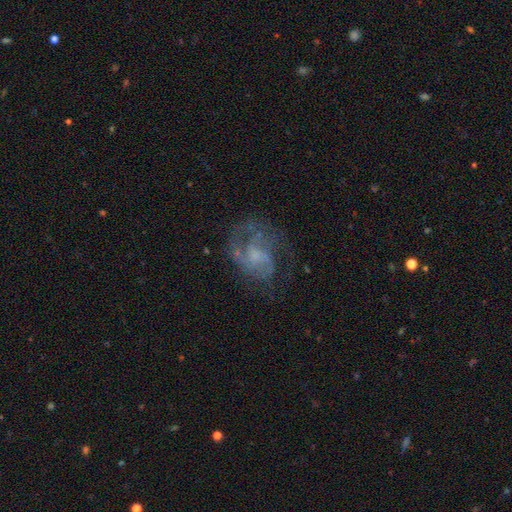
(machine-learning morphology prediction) A featured or disk galaxy (71%) with no bar (60%), 2 (46%) medium (46%) spiral arms (83%) and a small central bulge (37%). Merging: none (55%).